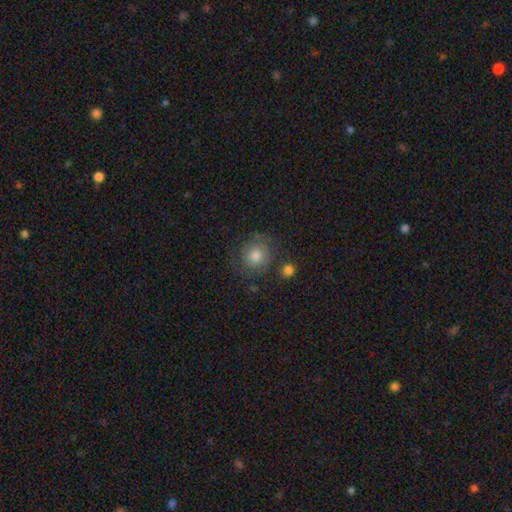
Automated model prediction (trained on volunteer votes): smooth_or_featured: smooth (p=0.60) [alt: featured or disk p=0.27]
how_rounded: round (p=0.87) [alt: in between p=0.12]
merging: none (p=0.75) [alt: minor disturbance p=0.15]